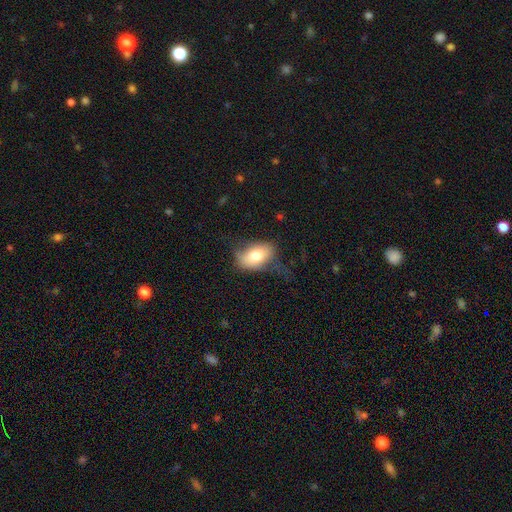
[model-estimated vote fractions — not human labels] Smooth or featured: smooth — 70% (featured or disk — 22%)
How rounded: in between — 89% (round — 9%)
Merging: none — 53% (minor disturbance — 29%)